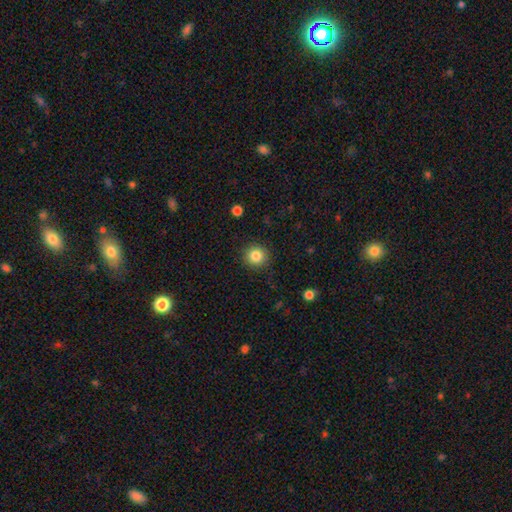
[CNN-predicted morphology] Smooth or featured? smooth (84%)
How rounded? round (93%)
Merging? none (90%)